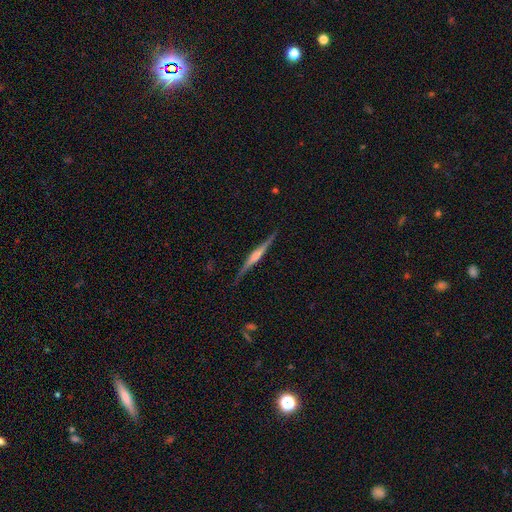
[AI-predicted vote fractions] Smooth or featured? featured or disk (77%)
Edge-on disk? yes (98%)
Edge-on bulge? rounded (59%)
Merging? none (87%)